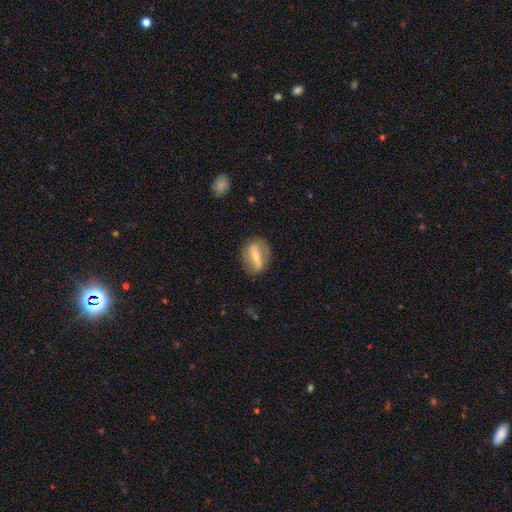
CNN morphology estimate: Smooth or featured? smooth (47%)
Merging? none (73%)